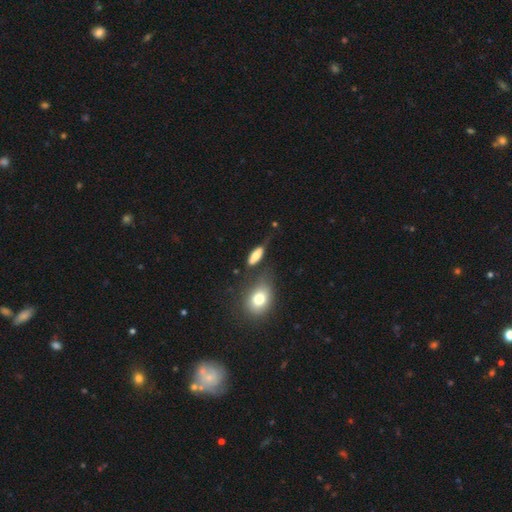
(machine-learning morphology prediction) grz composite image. It shows a smooth galaxy with no disk features (71%) that is in between round and cigar-shaped (71%). Merging: none (48%).